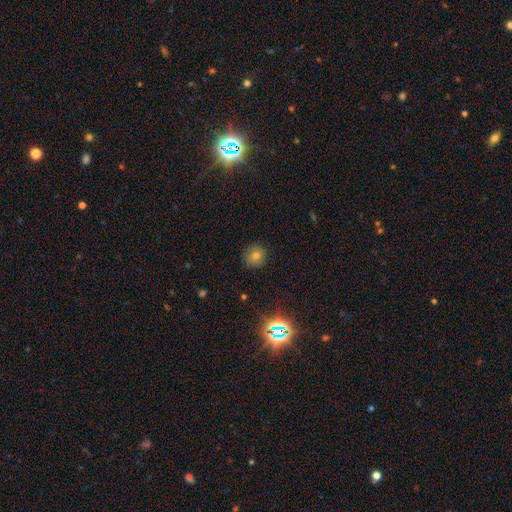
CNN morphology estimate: A smooth galaxy with no disk features (69%) that is round (91%). Merging: none (87%).